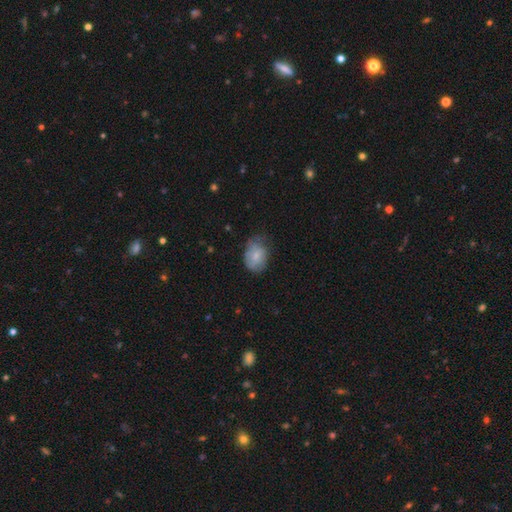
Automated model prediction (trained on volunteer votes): smooth-or-featured: smooth: 75% | featured or disk: 18% | star or artifact: 7%
  how-rounded: in between: 72% | round: 27% | cigar-shaped: 1%
  merging: none: 49% | minor disturbance: 37% | major disturbance: 13% | merger: 1%